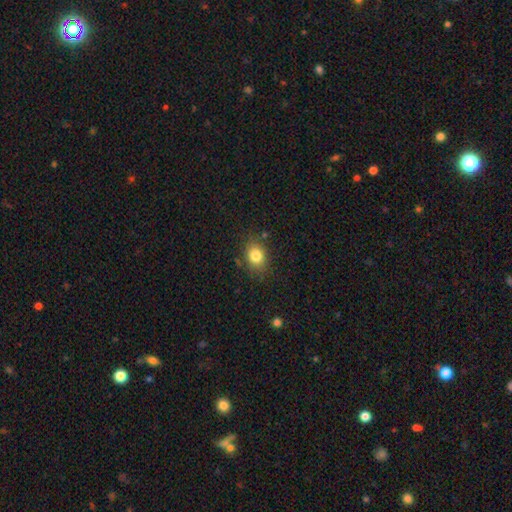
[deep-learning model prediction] smooth-or-featured: smooth: 81% | star or artifact: 11% | featured or disk: 8%
  how-rounded: in between: 55% | round: 44% | cigar-shaped: 1%
  merging: none: 80% | minor disturbance: 14% | major disturbance: 4% | merger: 2%